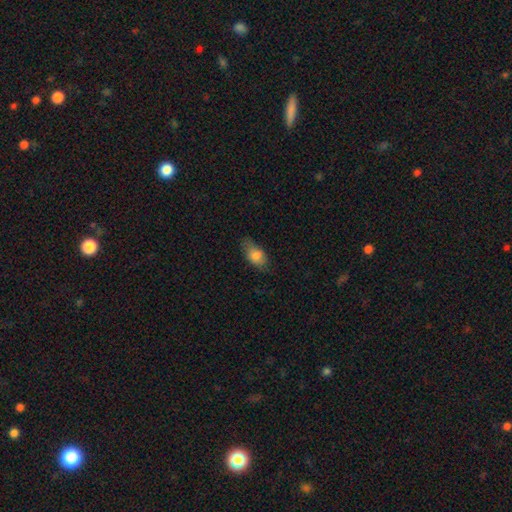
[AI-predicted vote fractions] Smooth or featured?
  - smooth: 78% *
  - featured or disk: 14%
  - star or artifact: 8%
How rounded?
  - in between: 85% *
  - round: 10%
  - cigar-shaped: 6%
Merging?
  - none: 67% *
  - minor disturbance: 24%
  - major disturbance: 8%
  - merger: 1%